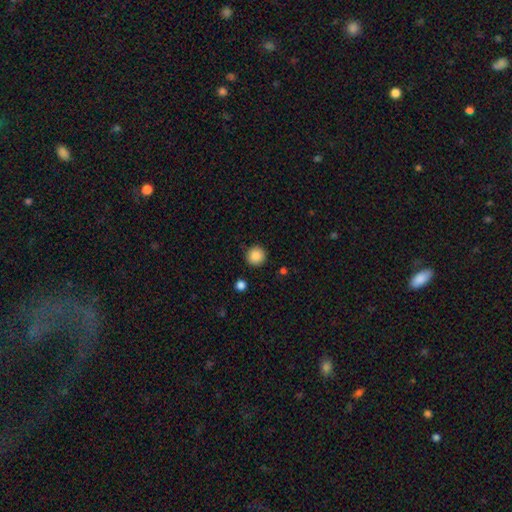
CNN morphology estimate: Smooth or featured?
  - smooth: 88% *
  - star or artifact: 9%
  - featured or disk: 3%
How rounded?
  - round: 95% *
  - in between: 5%
  - cigar-shaped: 1%
Merging?
  - none: 90% *
  - minor disturbance: 6%
  - major disturbance: 2%
  - merger: 2%